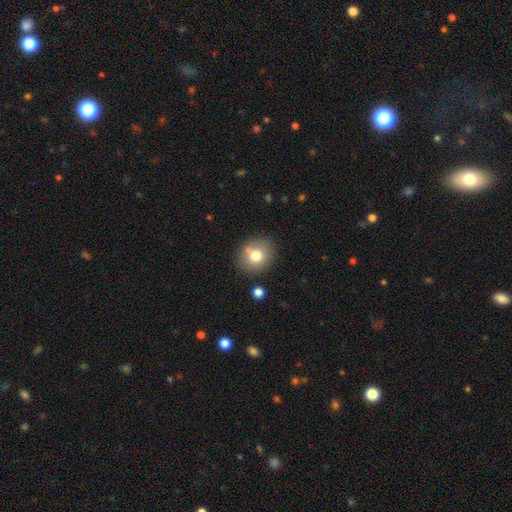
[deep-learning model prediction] smooth 75%, featured or disk 15%, star or artifact 10%. Down the decision tree: how rounded — round (65%); merging — none (74%).